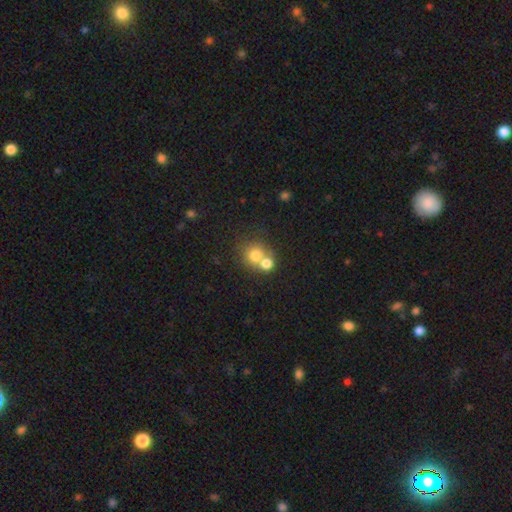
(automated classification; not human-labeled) A smooth galaxy with no disk features (75%) that is round (84%).

Vote fractions:
- Smooth or featured? smooth: 75% / featured or disk: 13% / star or artifact: 12%
- How rounded? round: 84% / in between: 15% / cigar-shaped: 1%
- Merging? merger: 54% / none: 37% / minor disturbance: 6% / major disturbance: 3%